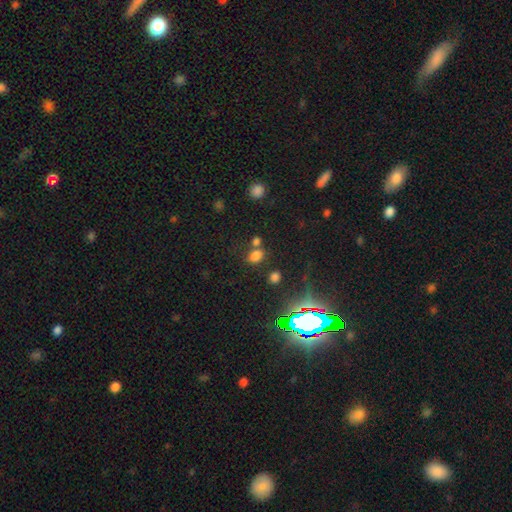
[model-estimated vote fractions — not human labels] This is likely a smooth galaxy (72%). How rounded: likely in between (69%). Merging: possibly none (58%).